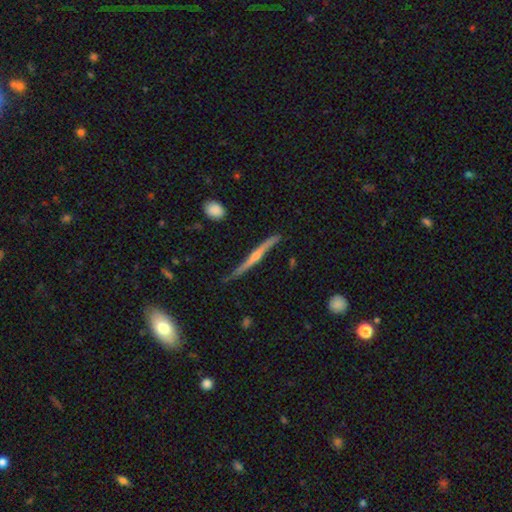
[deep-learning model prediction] Smooth or featured?
  - featured or disk: 83% *
  - smooth: 12%
  - star or artifact: 6%
Edge-on disk?
  - yes: 97% *
  - no: 3%
Edge-on bulge?
  - rounded: 86% *
  - none: 9%
  - boxy: 5%
Merging?
  - none: 83% *
  - minor disturbance: 13%
  - major disturbance: 2%
  - merger: 2%